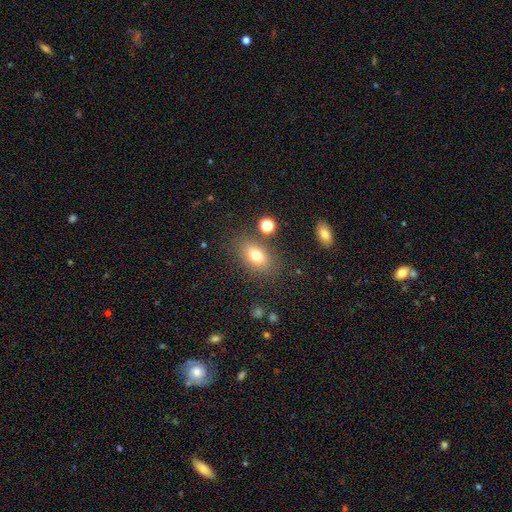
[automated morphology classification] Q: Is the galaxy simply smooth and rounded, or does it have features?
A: smooth — 75%.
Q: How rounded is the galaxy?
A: in between — 79%.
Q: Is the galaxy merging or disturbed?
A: none — 79%.